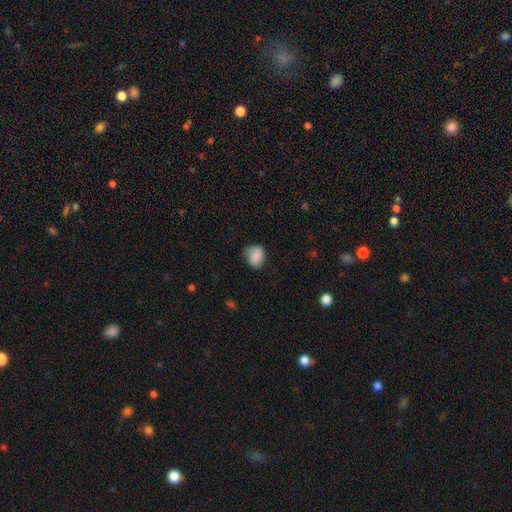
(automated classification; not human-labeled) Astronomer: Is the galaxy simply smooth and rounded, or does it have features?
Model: smooth — 81%.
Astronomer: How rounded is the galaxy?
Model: round — 57% (runner-up: in between, 42%).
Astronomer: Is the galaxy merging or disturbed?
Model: none — 62%.